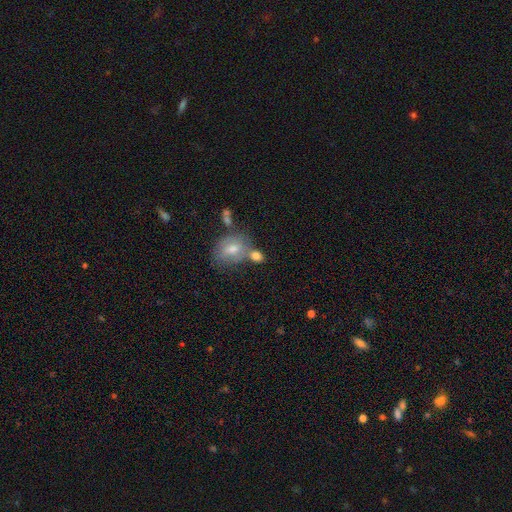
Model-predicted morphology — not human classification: This appears to be a smooth galaxy with no disk features (75%) that is in between round and cigar-shaped (52%). Merging: none (47%).